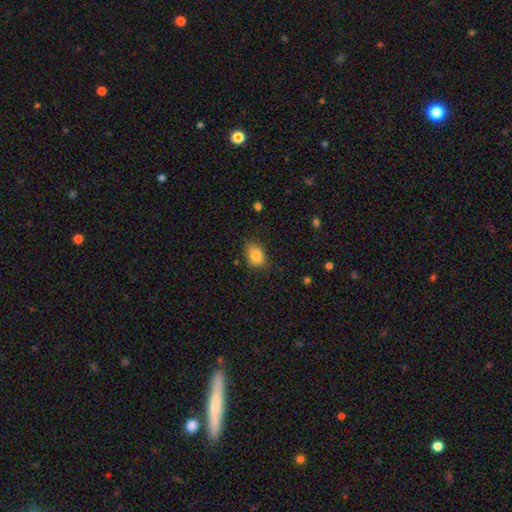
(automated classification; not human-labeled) smooth_or_featured: smooth (p=0.83) [alt: star or artifact p=0.09]
how_rounded: in between (p=0.70) [alt: round p=0.28]
merging: none (p=0.76) [alt: minor disturbance p=0.19]